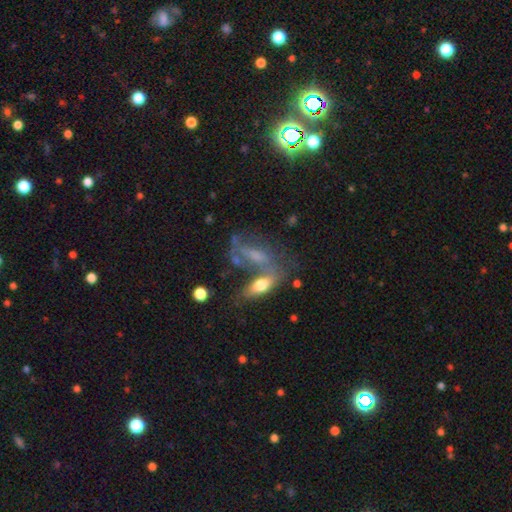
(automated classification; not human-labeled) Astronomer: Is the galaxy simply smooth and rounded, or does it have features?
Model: featured or disk — 49% (runner-up: smooth, 32%).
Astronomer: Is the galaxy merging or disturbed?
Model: merger — 39% (runner-up: none, 34%).